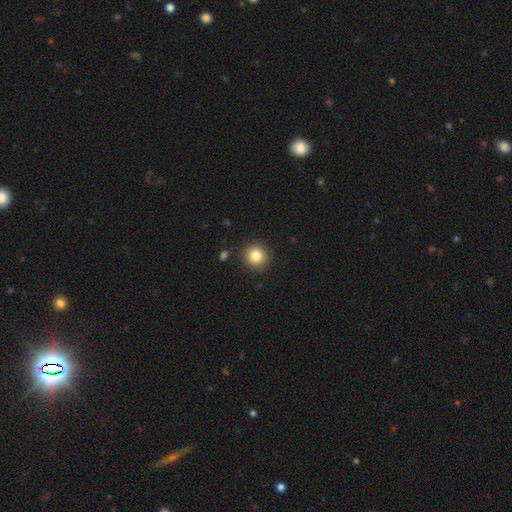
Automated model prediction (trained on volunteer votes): This is clearly a smooth galaxy (83%). How rounded: clearly round (94%). Merging: clearly none (88%).